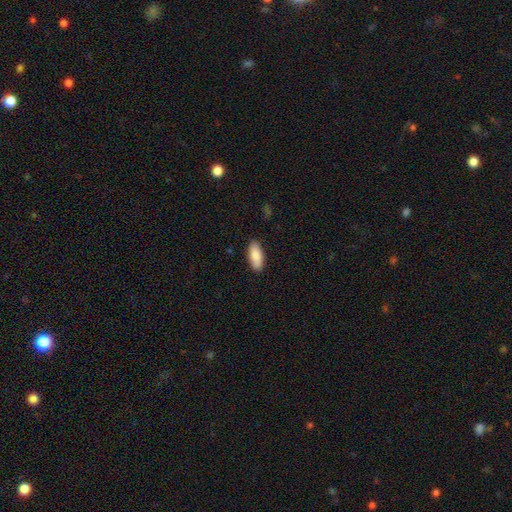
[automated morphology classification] smooth 86%, featured or disk 9%, star or artifact 6%. Down the decision tree: how rounded — in between (80%); merging — none (87%).